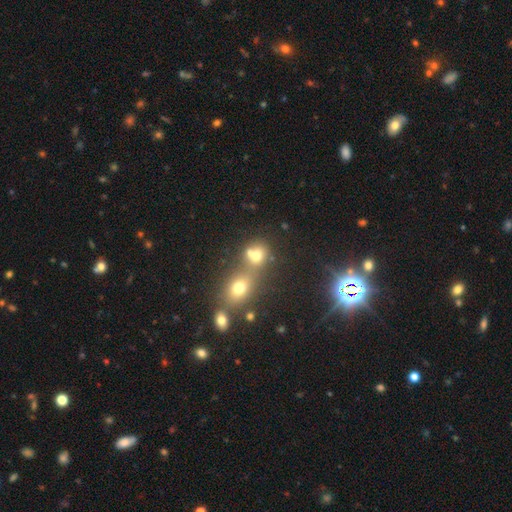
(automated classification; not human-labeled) smooth 69%, star or artifact 18%, featured or disk 13%. Down the decision tree: how rounded — round (68%); merging — merger (49%).